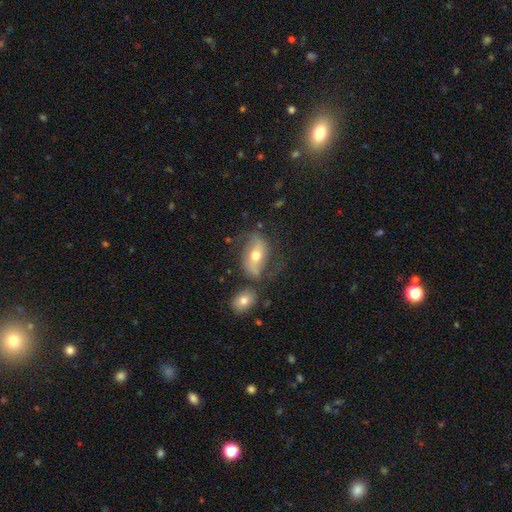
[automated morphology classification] smooth-or-featured: featured or disk: 59% | smooth: 32% | star or artifact: 9%
  disk-edge-on: no: 91% | yes: 9%
    bar: strong: 35% | no: 33% | weak: 32%
    has-spiral-arms: yes: 73% | no: 27%
    bulge-size: moderate: 74% | small: 17% | large: 6% | dominant: 1% | none: 1%
  merging: none: 58% | minor disturbance: 20% | major disturbance: 12% | merger: 10%